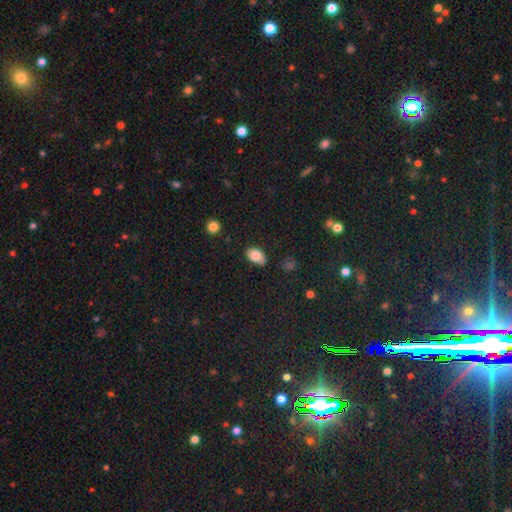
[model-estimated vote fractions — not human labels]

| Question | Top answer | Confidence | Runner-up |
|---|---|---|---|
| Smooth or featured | smooth | 81% | featured or disk (10%) |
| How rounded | in between | 89% | round (10%) |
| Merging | none | 65% | minor disturbance (27%) |